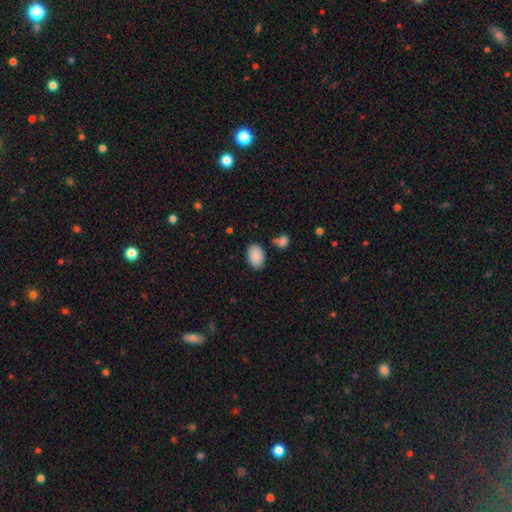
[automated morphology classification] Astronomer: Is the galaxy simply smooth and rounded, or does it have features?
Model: smooth — 90%.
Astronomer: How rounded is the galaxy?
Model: in between — 87%.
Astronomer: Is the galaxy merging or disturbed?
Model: none — 80%.